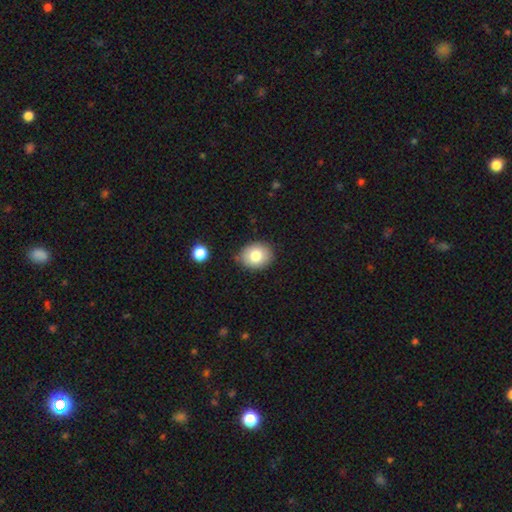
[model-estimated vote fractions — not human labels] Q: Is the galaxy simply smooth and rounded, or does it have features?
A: smooth — 80%.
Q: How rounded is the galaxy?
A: round — 54%.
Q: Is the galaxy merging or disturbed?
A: none — 82%.